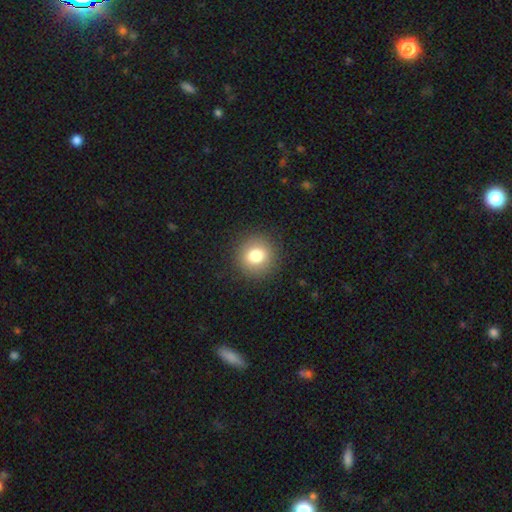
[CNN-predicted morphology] smooth-or-featured: smooth: 80% | star or artifact: 11% | featured or disk: 9%
  how-rounded: round: 90% | in between: 9% | cigar-shaped: 1%
  merging: none: 90% | minor disturbance: 6% | major disturbance: 2% | merger: 1%